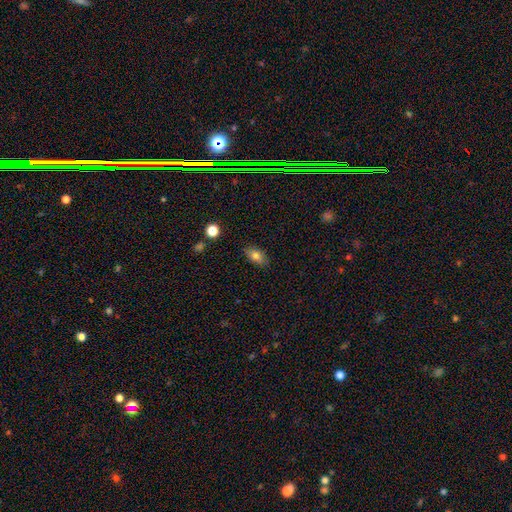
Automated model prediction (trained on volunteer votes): Q: Smooth or featured?
A: smooth (80%); runner-up: featured or disk (10%)
Q: How rounded?
A: in between (87%); runner-up: round (10%)
Q: Merging?
A: none (85%); runner-up: minor disturbance (11%)